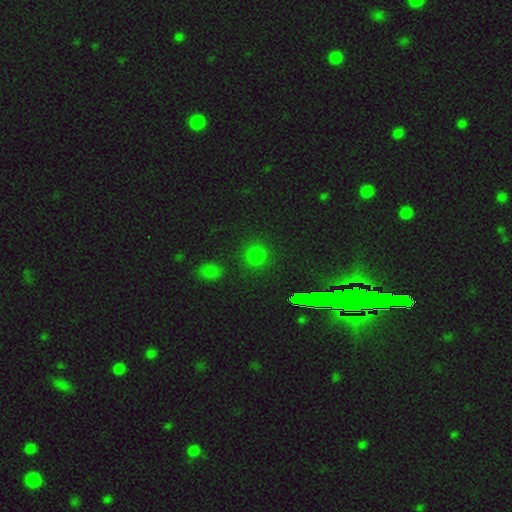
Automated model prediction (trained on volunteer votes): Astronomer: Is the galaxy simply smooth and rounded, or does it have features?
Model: smooth — 68%.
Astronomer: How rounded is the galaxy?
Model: round — 90%.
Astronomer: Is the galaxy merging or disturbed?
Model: none — 88%.